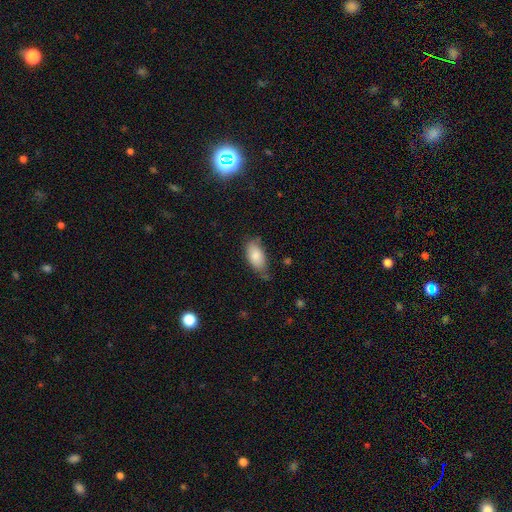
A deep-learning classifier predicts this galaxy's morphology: This appears to be a smooth galaxy with no disk features (81%) that is in between round and cigar-shaped (92%). Merging: none (63%).